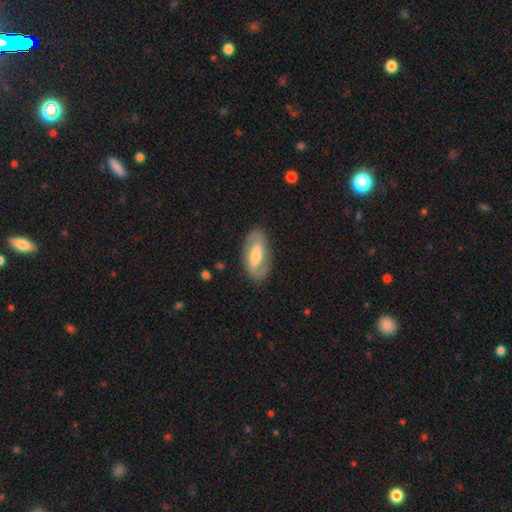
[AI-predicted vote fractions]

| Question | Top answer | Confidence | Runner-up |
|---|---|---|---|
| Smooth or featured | featured or disk | 72% | smooth (23%) |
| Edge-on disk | no | 93% | yes (7%) |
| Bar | weak | 42% | strong (40%) |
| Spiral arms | yes | 87% | no (13%) |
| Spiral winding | medium | 45% | tight (28%) |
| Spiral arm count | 2 | 85% | can't tell (7%) |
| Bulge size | moderate | 53% | small (28%) |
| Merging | none | 81% | minor disturbance (13%) |